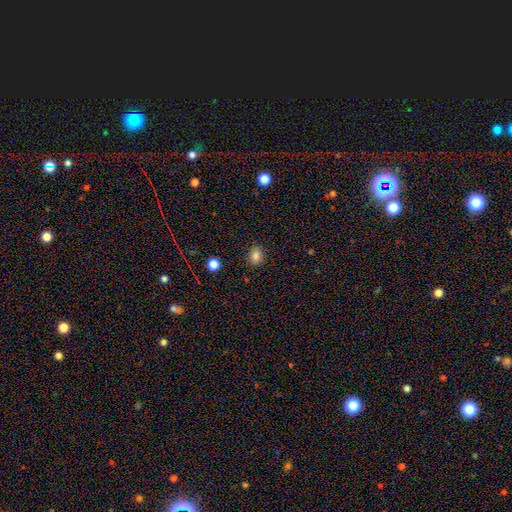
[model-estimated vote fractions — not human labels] This appears to be a smooth galaxy with no disk features (83%) that is in between round and cigar-shaped (55%). Merging: none (86%).